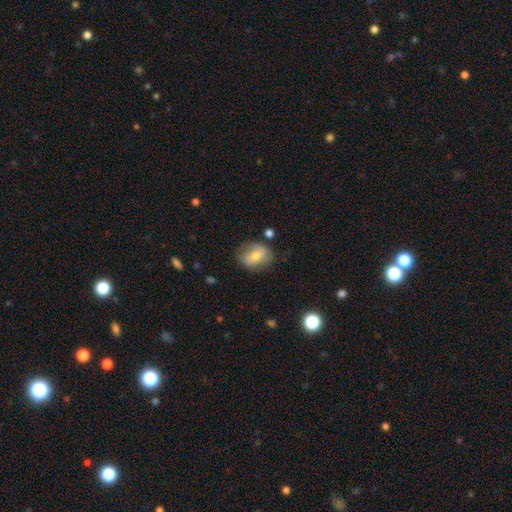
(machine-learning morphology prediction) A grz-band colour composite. It shows a smooth galaxy with no disk features (60%) that is in between round and cigar-shaped (60%). Merging: none (69%).